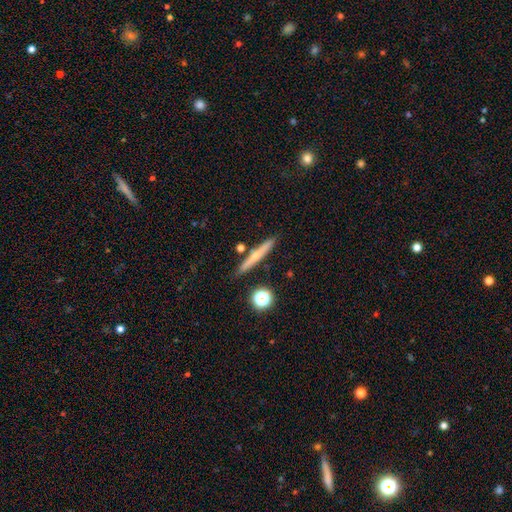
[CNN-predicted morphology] type=smooth (47%); merging=none (84%).